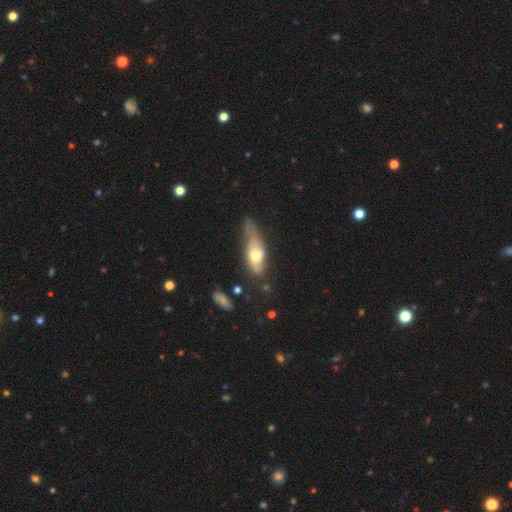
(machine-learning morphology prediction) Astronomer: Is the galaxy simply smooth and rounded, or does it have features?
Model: smooth — 51% (runner-up: featured or disk, 42%).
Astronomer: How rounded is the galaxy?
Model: in between — 67%.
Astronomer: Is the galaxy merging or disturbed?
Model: minor disturbance — 35% (runner-up: major disturbance, 32%).